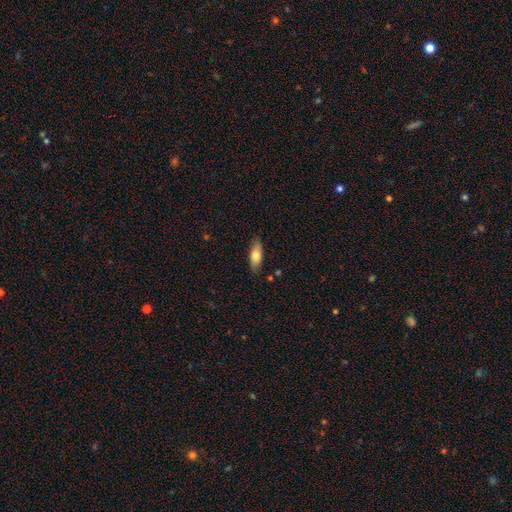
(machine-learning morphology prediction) smooth_or_featured: smooth (p=0.75) [alt: featured or disk p=0.19]
how_rounded: in between (p=0.76) [alt: cigar-shaped p=0.22]
merging: none (p=0.83) [alt: minor disturbance p=0.14]